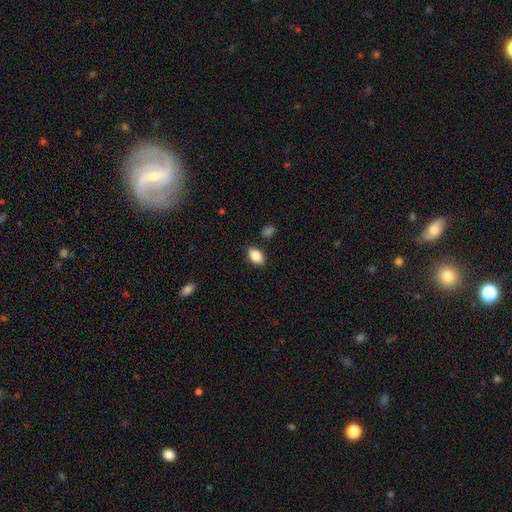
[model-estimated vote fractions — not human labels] Morphology: type=smooth (87%); roundness=in between (91%); merging=none (86%).